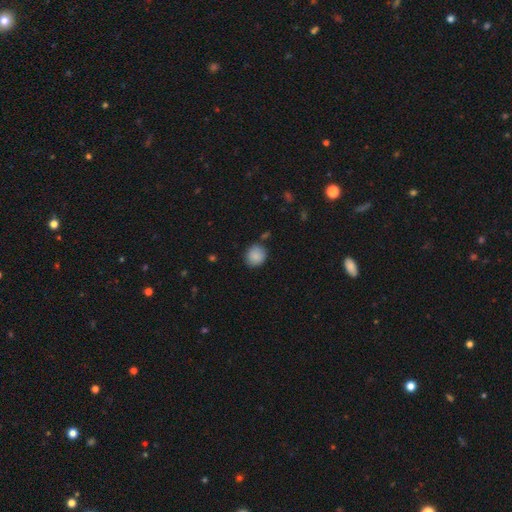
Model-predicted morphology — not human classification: Smooth or featured: smooth — 88% (star or artifact — 8%)
How rounded: round — 83% (in between — 16%)
Merging: none — 81% (minor disturbance — 13%)